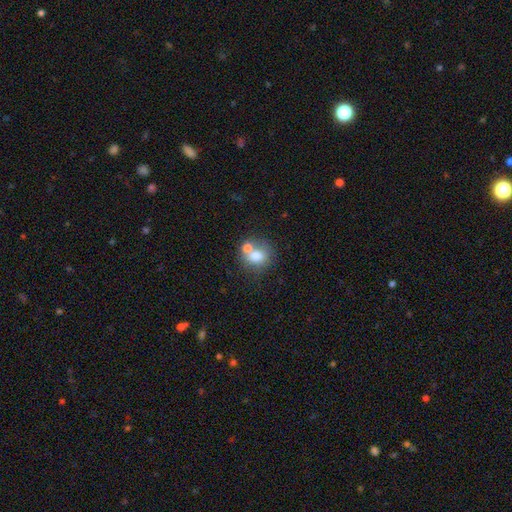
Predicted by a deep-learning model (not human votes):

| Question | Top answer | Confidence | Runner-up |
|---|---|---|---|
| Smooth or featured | smooth | 72% | featured or disk (17%) |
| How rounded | round | 77% | in between (22%) |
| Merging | none | 44% | merger (43%) |